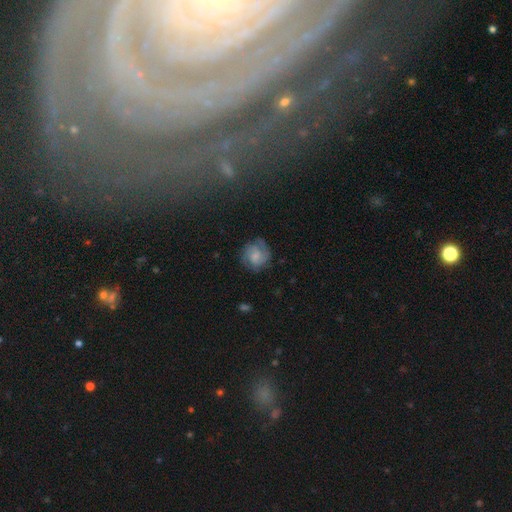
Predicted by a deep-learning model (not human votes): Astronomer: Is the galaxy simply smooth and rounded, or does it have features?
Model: featured or disk — 68%.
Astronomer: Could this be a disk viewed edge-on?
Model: no — 98%.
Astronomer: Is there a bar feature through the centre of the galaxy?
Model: no — 61%.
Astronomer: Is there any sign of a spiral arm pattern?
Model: yes — 94%.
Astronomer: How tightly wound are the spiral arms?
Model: tight — 50% (runner-up: medium, 40%).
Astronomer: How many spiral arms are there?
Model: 2 — 44% (runner-up: 3, 25%).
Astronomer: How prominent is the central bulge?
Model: small — 42% (runner-up: moderate, 27%).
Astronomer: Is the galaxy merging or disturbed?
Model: none — 76%.